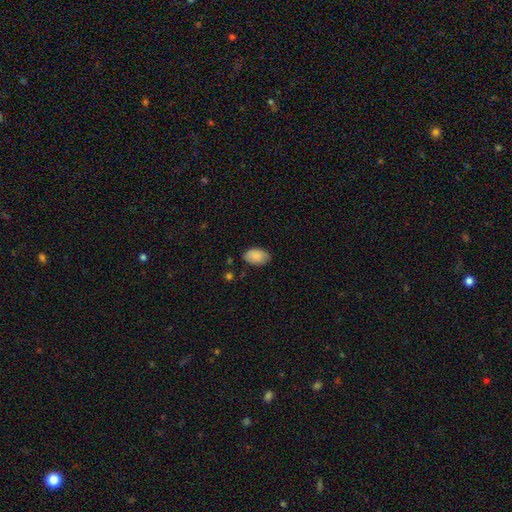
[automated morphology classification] Smooth or featured?
  - smooth: 87% *
  - featured or disk: 7%
  - star or artifact: 6%
How rounded?
  - in between: 92% *
  - round: 6%
  - cigar-shaped: 1%
Merging?
  - none: 79% *
  - minor disturbance: 16%
  - major disturbance: 3%
  - merger: 2%